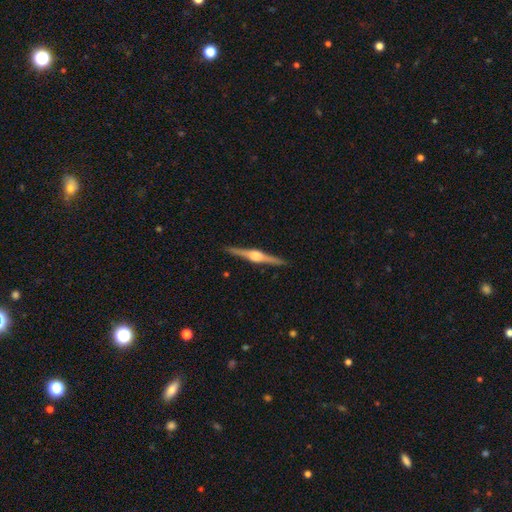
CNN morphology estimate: A featured or disk galaxy (86%) viewed edge-on (99%) with a rounded central bulge (90%). Merging: none (91%).